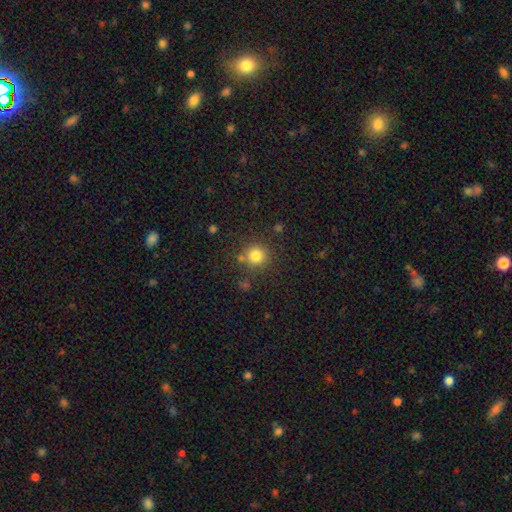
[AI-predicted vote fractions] This appears to be a smooth galaxy with no disk features (80%) that is round (93%). Merging: none (80%).